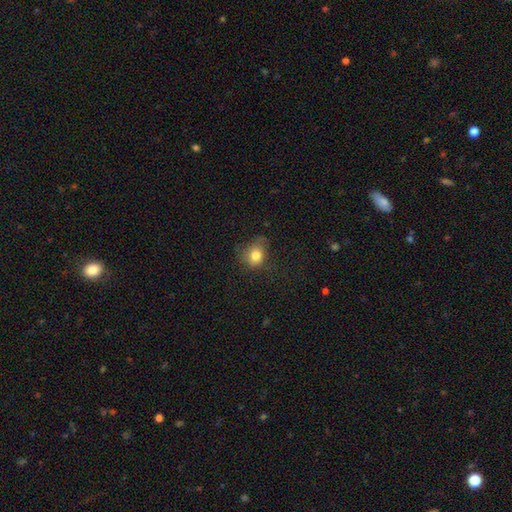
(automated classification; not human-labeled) Smooth or featured? Predicted: smooth (p=0.79). How rounded? Predicted: round (p=0.58). Merging? Predicted: none (p=0.57).